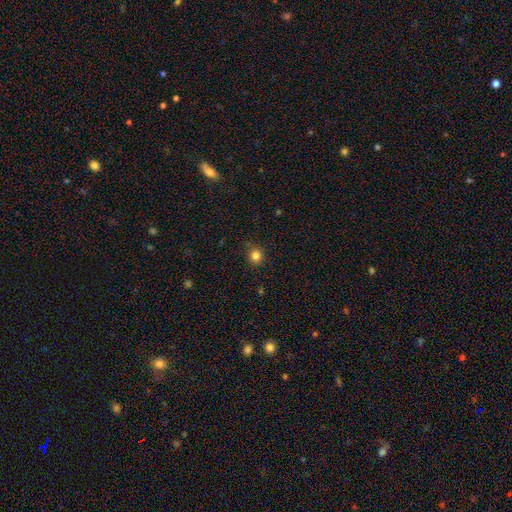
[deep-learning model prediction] Morphology: type=smooth (83%); roundness=round (91%); merging=none (88%).